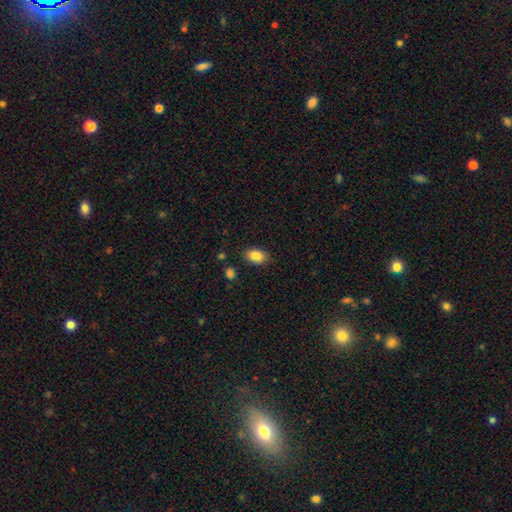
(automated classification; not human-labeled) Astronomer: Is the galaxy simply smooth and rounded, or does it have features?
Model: smooth — 85%.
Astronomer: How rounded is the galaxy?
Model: in between — 86%.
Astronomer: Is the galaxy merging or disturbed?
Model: none — 85%.